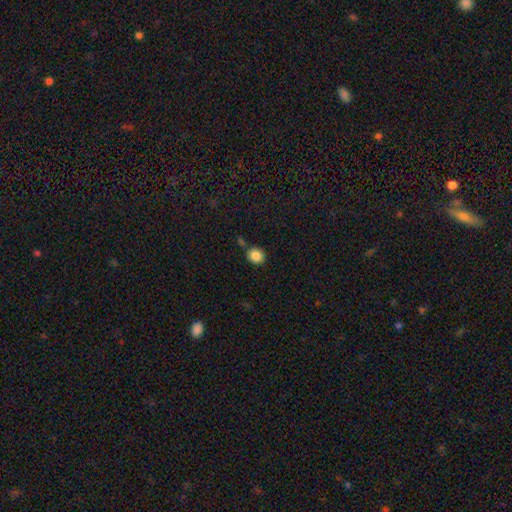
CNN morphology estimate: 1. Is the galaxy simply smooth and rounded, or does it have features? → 86% smooth, 10% star or artifact, 4% featured or disk.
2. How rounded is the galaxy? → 78% round, 21% in between, 1% cigar-shaped.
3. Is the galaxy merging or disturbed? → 75% none, 13% minor disturbance, 10% merger, 3% major disturbance.